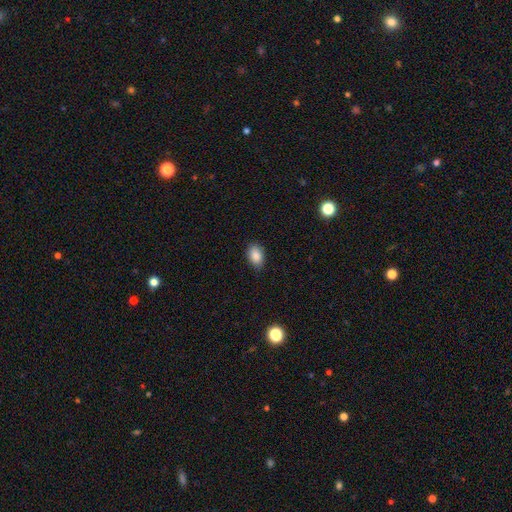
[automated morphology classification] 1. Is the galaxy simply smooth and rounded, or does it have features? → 88% smooth, 8% star or artifact, 4% featured or disk.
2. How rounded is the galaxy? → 88% in between, 11% round, 1% cigar-shaped.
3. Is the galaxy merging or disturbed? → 86% none, 11% minor disturbance, 2% major disturbance, 1% merger.